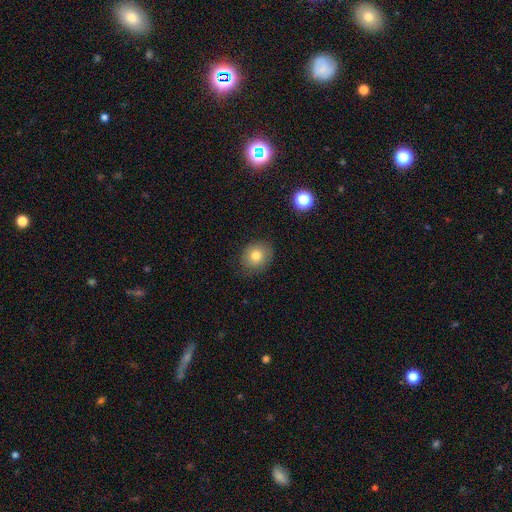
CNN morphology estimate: smooth-or-featured: smooth: 77% | featured or disk: 12% | star or artifact: 11%
  how-rounded: round: 71% | in between: 28% | cigar-shaped: 1%
  merging: none: 83% | minor disturbance: 13% | major disturbance: 3% | merger: 1%